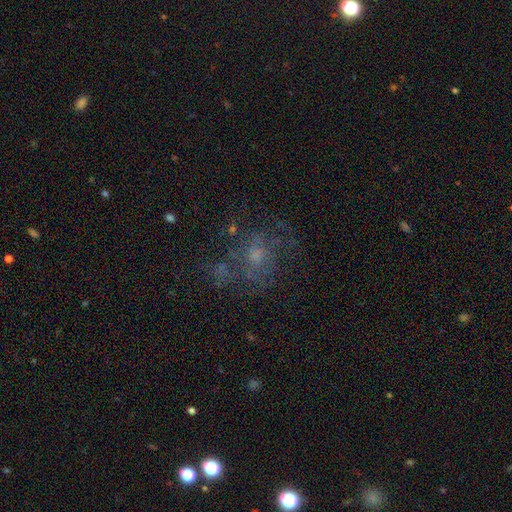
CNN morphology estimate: type=featured or disk (50%); merging=none (54%).